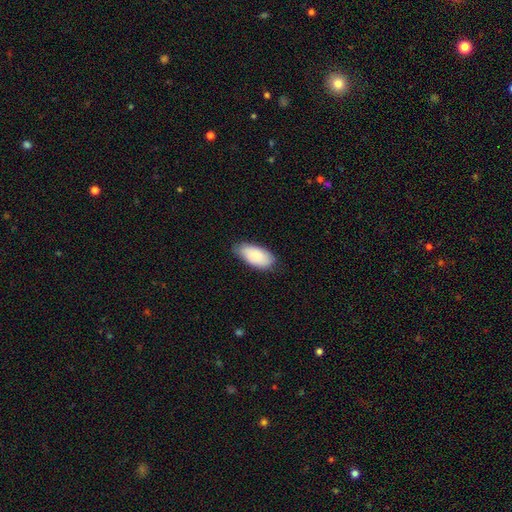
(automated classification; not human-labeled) A smooth galaxy with no disk features (85%) that is in between round and cigar-shaped (93%).

Vote fractions:
- Smooth or featured? smooth: 85% / featured or disk: 9% / star or artifact: 6%
- How rounded? in between: 93% / cigar-shaped: 5% / round: 2%
- Merging? none: 73% / minor disturbance: 23% / major disturbance: 3% / merger: 1%